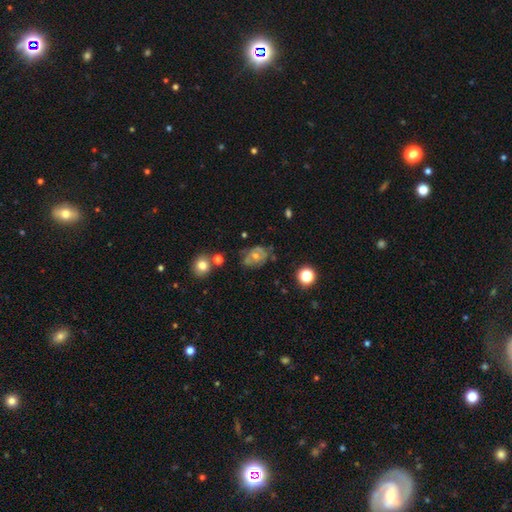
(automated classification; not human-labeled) Smooth or featured? Predicted: featured or disk (p=0.54). Edge-on disk? Predicted: no (p=0.96). Bar? Predicted: no (p=0.79). Spiral arms? Predicted: yes (p=0.56). Bulge size? Predicted: moderate (p=0.51). Merging? Predicted: none (p=0.65).